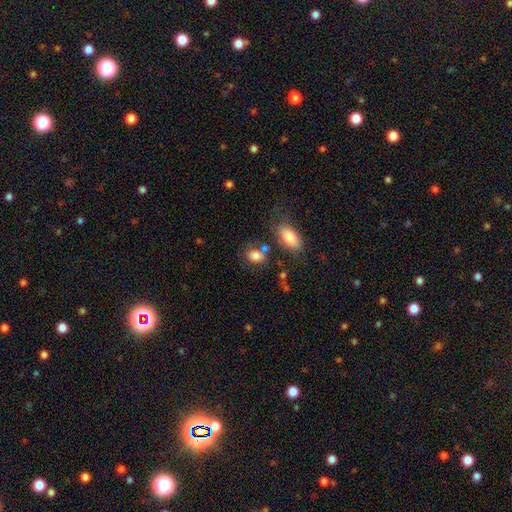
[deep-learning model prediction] A smooth galaxy with no disk features (82%) that is in between round and cigar-shaped (73%).

Vote fractions:
- Smooth or featured? smooth: 82% / star or artifact: 9% / featured or disk: 9%
- How rounded? in between: 73% / round: 25% / cigar-shaped: 2%
- Merging? none: 54% / merger: 21% / minor disturbance: 18% / major disturbance: 8%